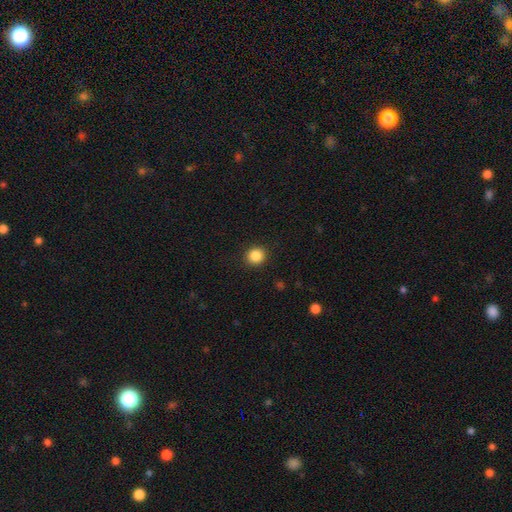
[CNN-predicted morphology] Smooth or featured? Predicted: smooth (p=0.86). How rounded? Predicted: round (p=0.90). Merging? Predicted: none (p=0.91).